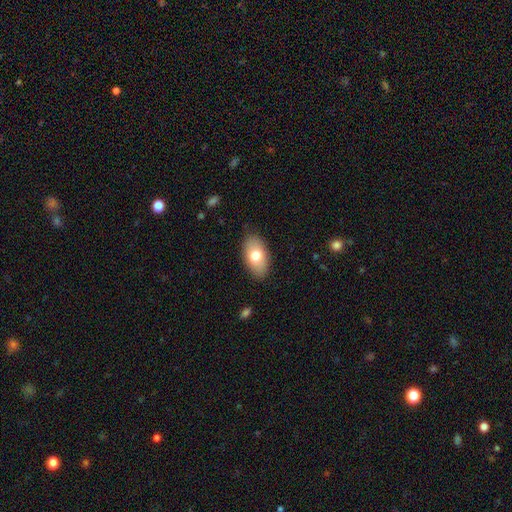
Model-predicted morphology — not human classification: Smooth or featured?
  - smooth: 73% *
  - featured or disk: 20%
  - star or artifact: 7%
How rounded?
  - in between: 93% *
  - round: 5%
  - cigar-shaped: 2%
Merging?
  - none: 86% *
  - minor disturbance: 11%
  - major disturbance: 3%
  - merger: 1%